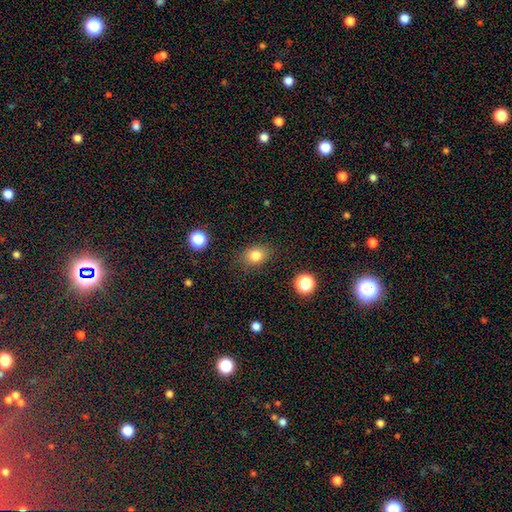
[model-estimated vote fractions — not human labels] Smooth or featured? smooth (81%)
How rounded? in between (60%)
Merging? none (83%)